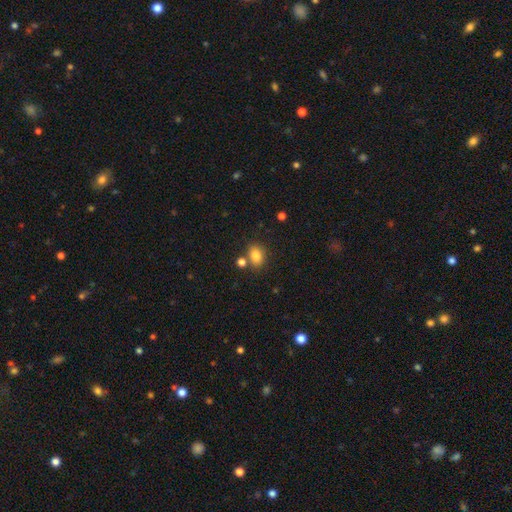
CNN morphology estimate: A smooth galaxy with no disk features (83%) that is in between round and cigar-shaped (69%).

Vote fractions:
- Smooth or featured? smooth: 83% / star or artifact: 11% / featured or disk: 6%
- How rounded? in between: 69% / round: 30% / cigar-shaped: 1%
- Merging? none: 68% / merger: 15% / minor disturbance: 12% / major disturbance: 4%